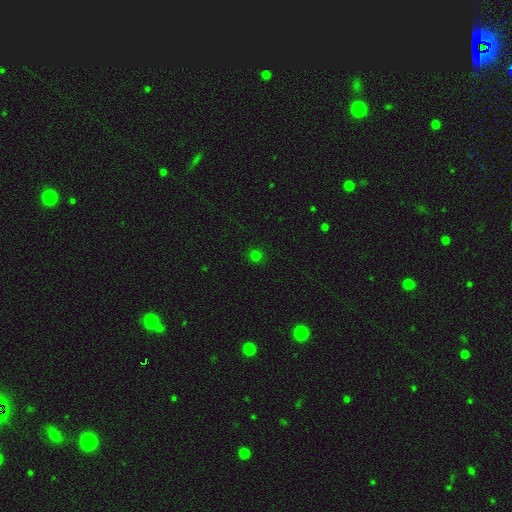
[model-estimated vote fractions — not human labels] smooth 75%, star or artifact 22%, featured or disk 4%. Down the decision tree: how rounded — round (93%); merging — none (90%).